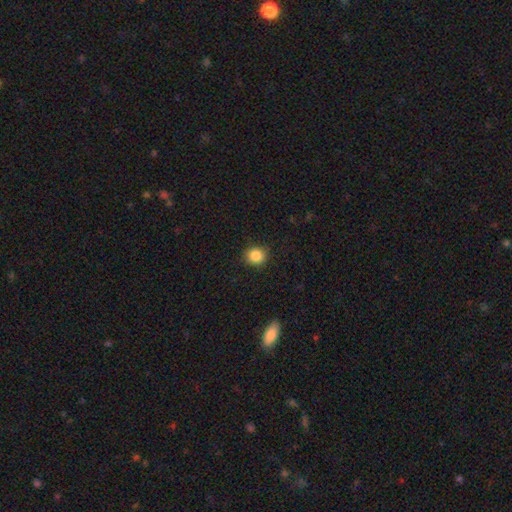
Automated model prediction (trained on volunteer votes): Smooth or featured: smooth — 85% (star or artifact — 10%)
How rounded: round — 81% (in between — 18%)
Merging: none — 89% (minor disturbance — 8%)